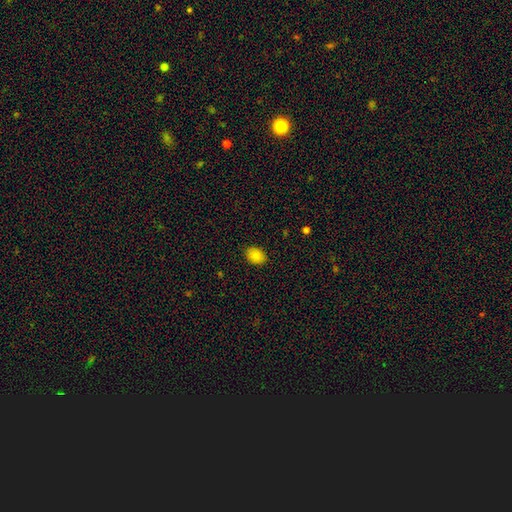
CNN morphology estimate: smooth-or-featured: smooth: 83% | star or artifact: 9% | featured or disk: 8%
  how-rounded: in between: 62% | round: 37% | cigar-shaped: 1%
  merging: none: 89% | minor disturbance: 9% | major disturbance: 2% | merger: 1%